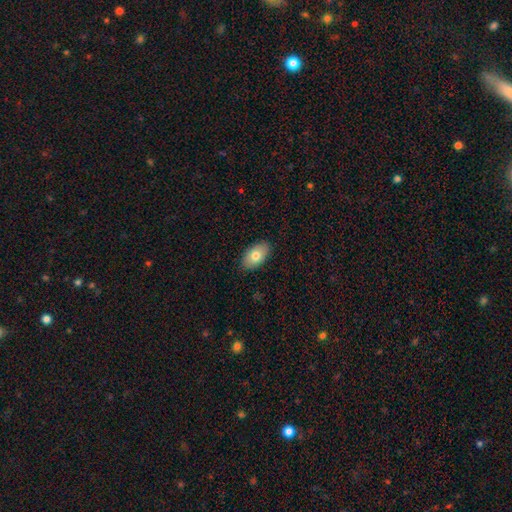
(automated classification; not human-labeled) smooth_or_featured: smooth (p=0.76) [alt: featured or disk p=0.17]
how_rounded: in between (p=0.93) [alt: round p=0.05]
merging: none (p=0.88) [alt: minor disturbance p=0.09]